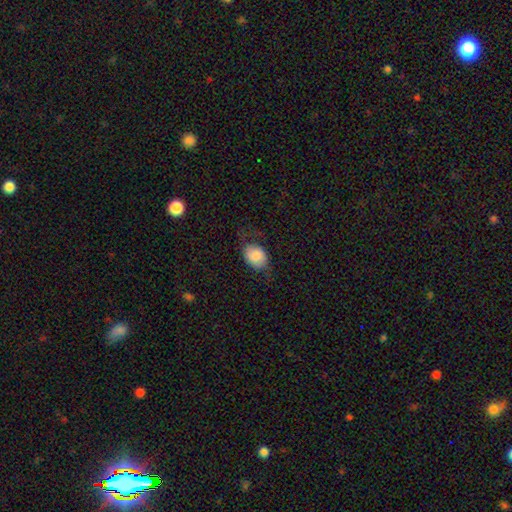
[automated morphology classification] smooth_or_featured: smooth (p=0.75) [alt: featured or disk p=0.18]
how_rounded: in between (p=0.62) [alt: round p=0.37]
merging: none (p=0.58) [alt: minor disturbance p=0.25]